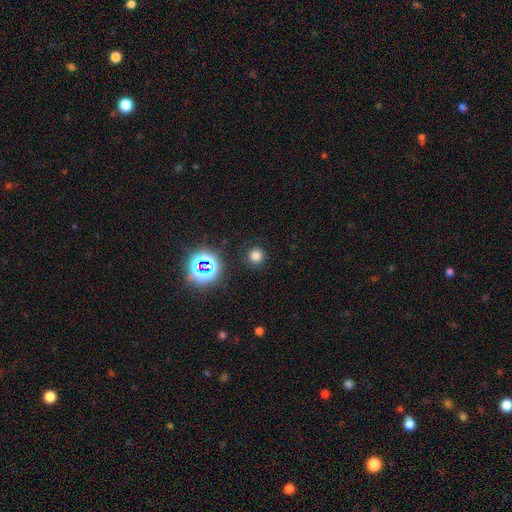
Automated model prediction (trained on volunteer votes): smooth-or-featured: smooth: 71% | star or artifact: 23% | featured or disk: 5%
  how-rounded: round: 93% | in between: 6% | cigar-shaped: 1%
  merging: none: 88% | minor disturbance: 7% | major disturbance: 3% | merger: 2%